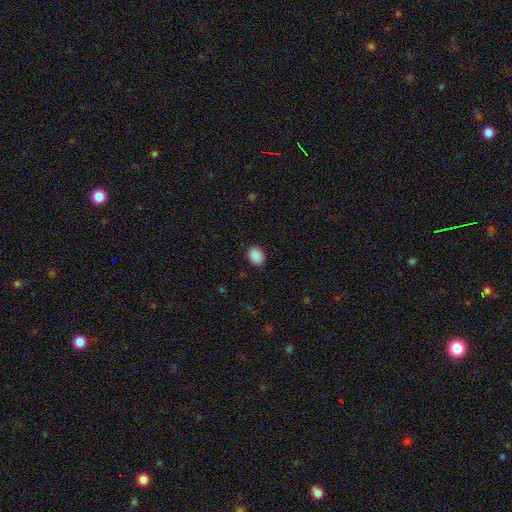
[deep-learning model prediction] This is clearly a smooth galaxy (89%). How rounded: possibly in between (57%). Merging: clearly none (88%).